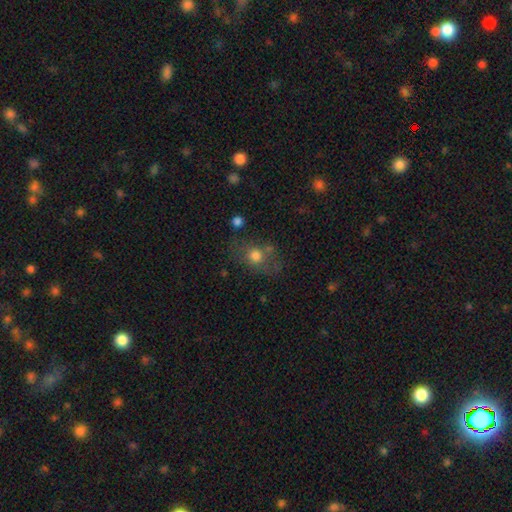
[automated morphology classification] Q: Smooth or featured?
A: smooth (72%); runner-up: featured or disk (16%)
Q: How rounded?
A: round (57%); runner-up: in between (41%)
Q: Merging?
A: none (61%); runner-up: minor disturbance (19%)